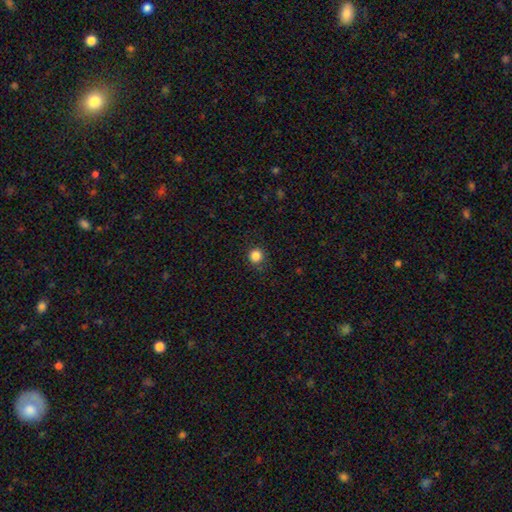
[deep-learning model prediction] The model was most divided on "smooth or featured": smooth: 85%, star or artifact: 12%, featured or disk: 3%. More confident: how rounded — round (93%); merging — none (87%).